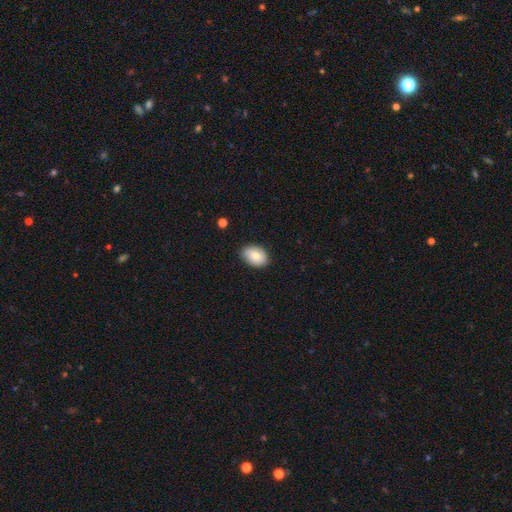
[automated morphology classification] Overall: smooth (79%). How rounded: in between (80%). Merging: none (83%).